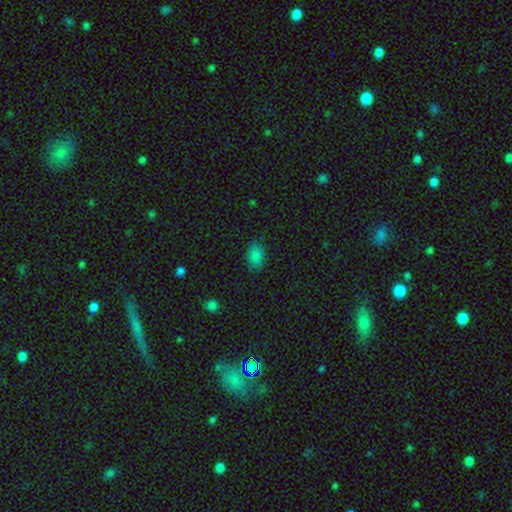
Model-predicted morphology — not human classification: Smooth or featured: smooth — 83% (star or artifact — 13%)
How rounded: in between — 89% (round — 9%)
Merging: none — 82% (minor disturbance — 14%)